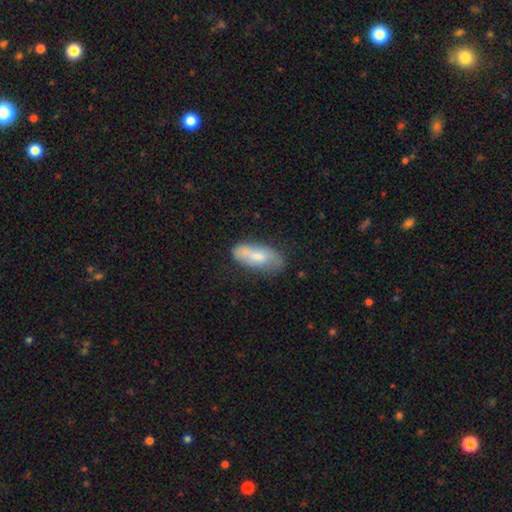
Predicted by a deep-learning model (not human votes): Smooth or featured: smooth — 67% (featured or disk — 27%)
How rounded: in between — 79% (cigar-shaped — 18%)
Merging: none — 57% (minor disturbance — 28%)